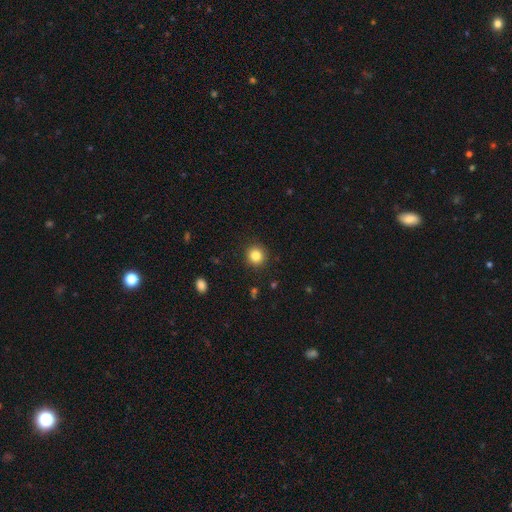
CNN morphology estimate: Smooth or featured?
  - smooth: 84% *
  - star or artifact: 11%
  - featured or disk: 5%
How rounded?
  - round: 92% *
  - in between: 7%
  - cigar-shaped: 1%
Merging?
  - none: 91% *
  - minor disturbance: 6%
  - major disturbance: 2%
  - merger: 1%